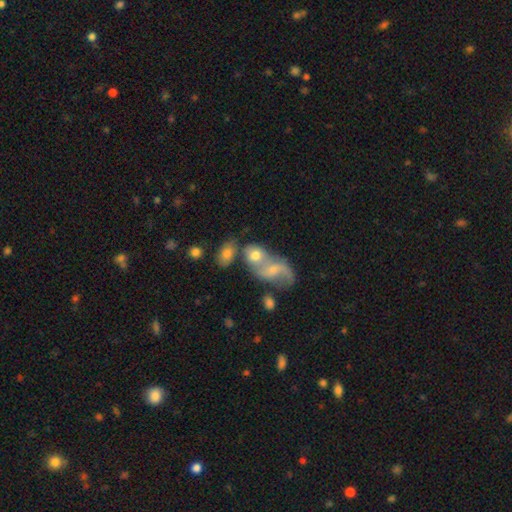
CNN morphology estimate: A smooth galaxy with no disk features (48%). Merging: merger (54%).